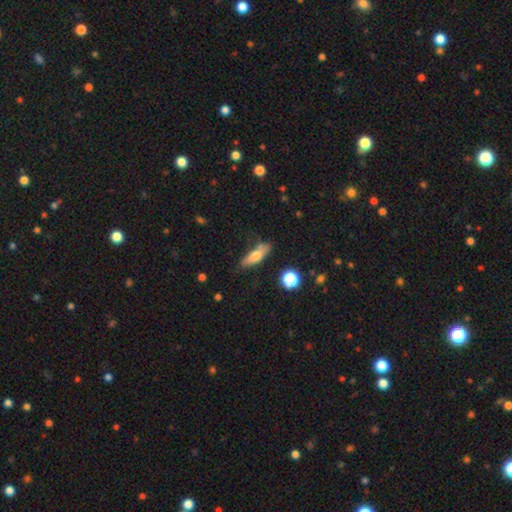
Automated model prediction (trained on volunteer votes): Smooth or featured?
  - smooth: 63% *
  - featured or disk: 29%
  - star or artifact: 8%
How rounded?
  - cigar-shaped: 49% *
  - in between: 48%
  - round: 4%
Merging?
  - none: 68% *
  - minor disturbance: 20%
  - merger: 6%
  - major disturbance: 5%